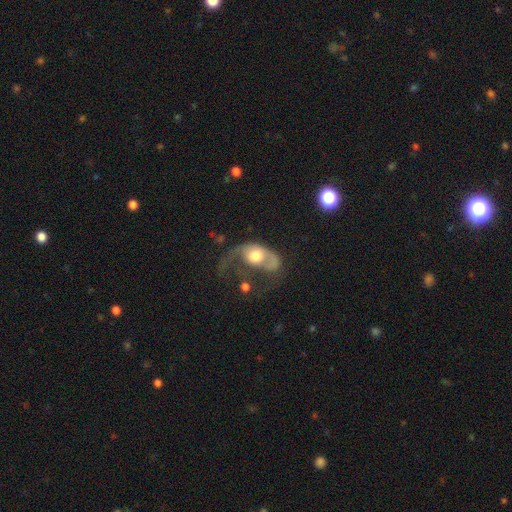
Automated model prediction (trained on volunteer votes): Smooth or featured? Predicted: featured or disk (p=0.52). Edge-on disk? Predicted: no (p=0.93). Merging? Predicted: major disturbance (p=0.61).